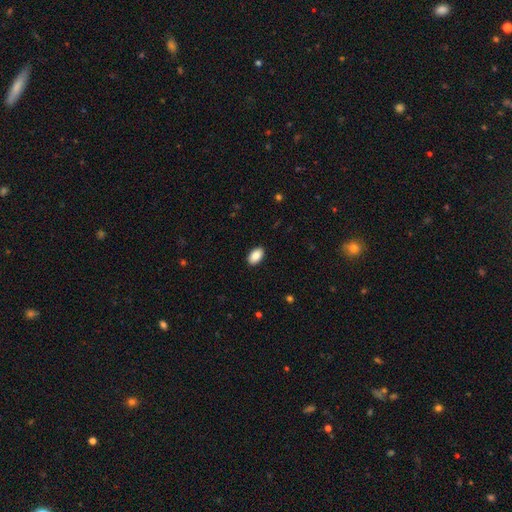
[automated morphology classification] Q: Smooth or featured?
A: smooth (89%); runner-up: star or artifact (7%)
Q: How rounded?
A: in between (94%); runner-up: round (5%)
Q: Merging?
A: none (90%); runner-up: minor disturbance (7%)